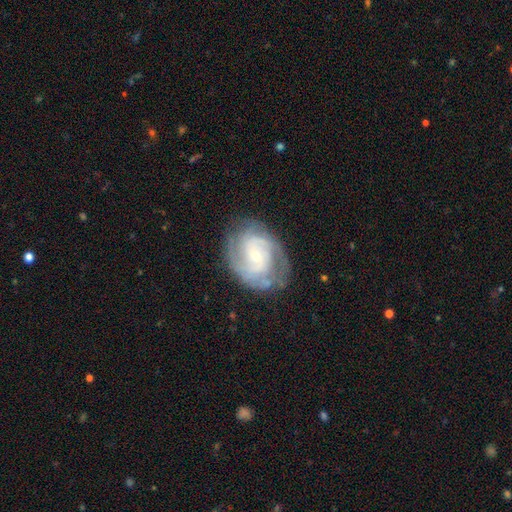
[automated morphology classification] This appears to be a featured or disk galaxy (83%) with no bar (55%), 2 (46%) tight (53%) spiral arms (94%) and a small central bulge (71%). Merging: none (73%).